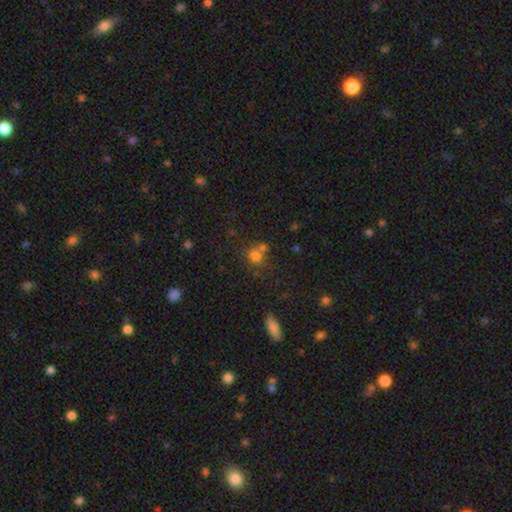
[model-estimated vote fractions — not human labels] Smooth or featured? Predicted: smooth (p=0.75). How rounded? Predicted: round (p=0.77). Merging? Predicted: none (p=0.53).